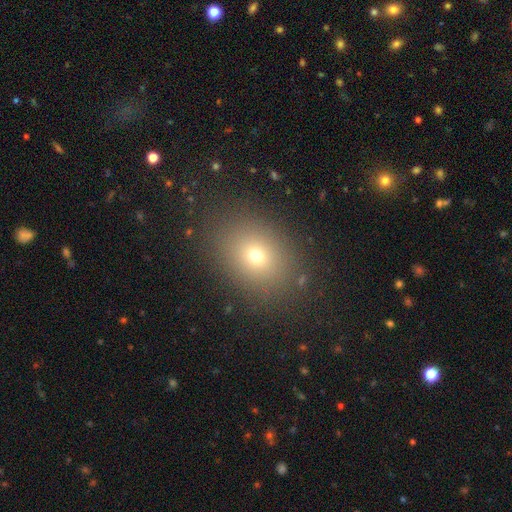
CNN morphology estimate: Smooth or featured? Predicted: smooth (p=0.68). How rounded? Predicted: in between (p=0.55). Merging? Predicted: none (p=0.86).